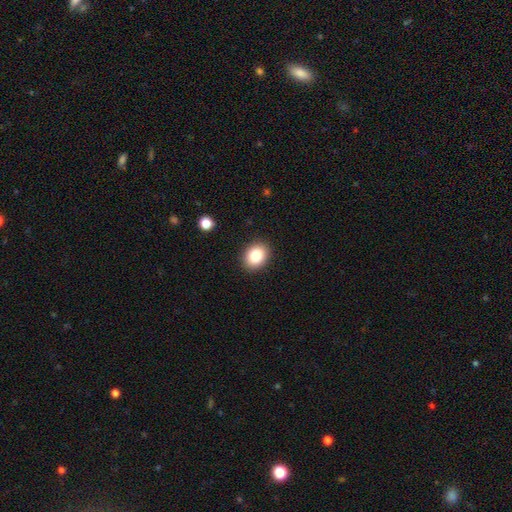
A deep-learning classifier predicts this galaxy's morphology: Smooth or featured? Predicted: smooth (p=0.84). How rounded? Predicted: in between (p=0.52). Merging? Predicted: none (p=0.90).